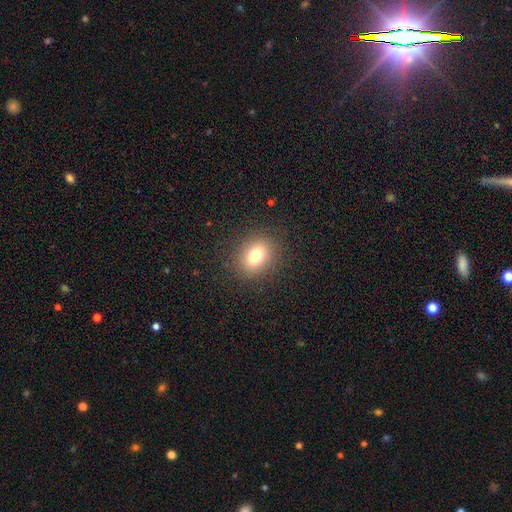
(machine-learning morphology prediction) A smooth galaxy with no disk features (77%) that is round (53%). Merging: none (88%).